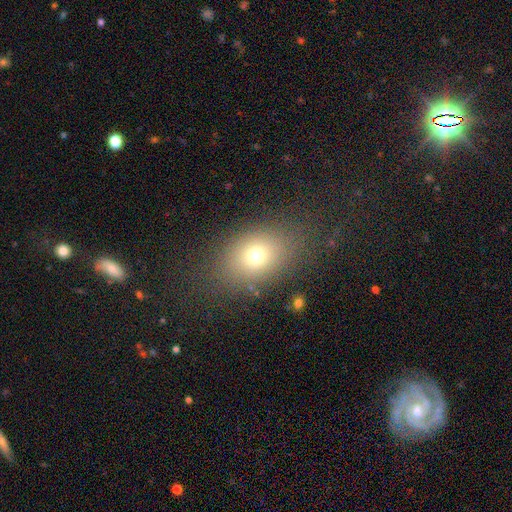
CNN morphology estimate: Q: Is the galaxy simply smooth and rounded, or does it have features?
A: smooth — 70%.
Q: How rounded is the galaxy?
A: in between — 69%.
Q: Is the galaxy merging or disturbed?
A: none — 77%.